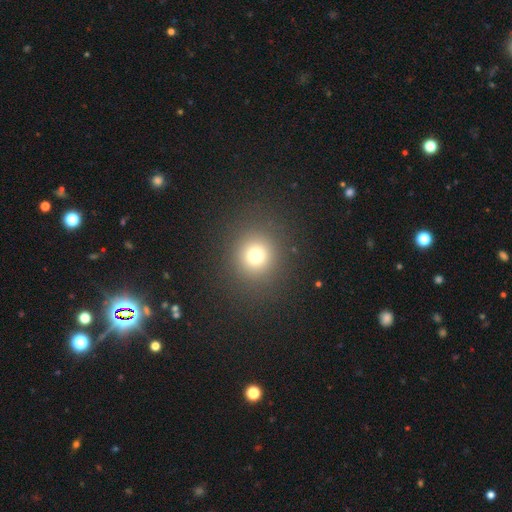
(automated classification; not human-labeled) Smooth or featured? smooth (73%)
How rounded? round (91%)
Merging? none (89%)